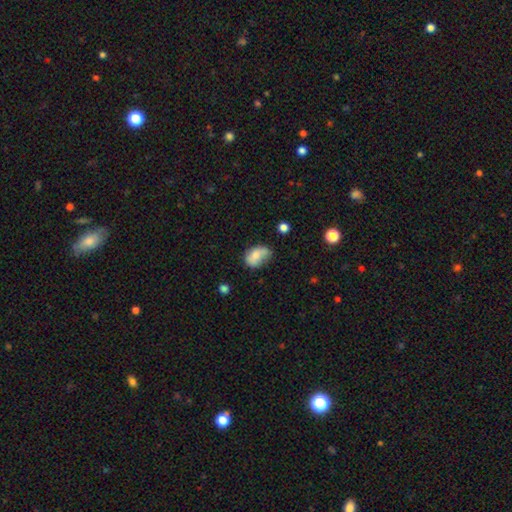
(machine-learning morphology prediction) This appears to be a smooth galaxy with no disk features (72%) that is in between round and cigar-shaped (81%). Merging: none (40%).